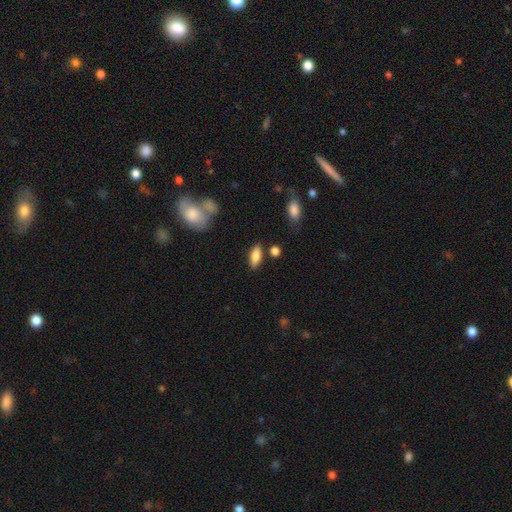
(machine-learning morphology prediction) Smooth or featured? smooth (81%)
How rounded? in between (79%)
Merging? none (79%)